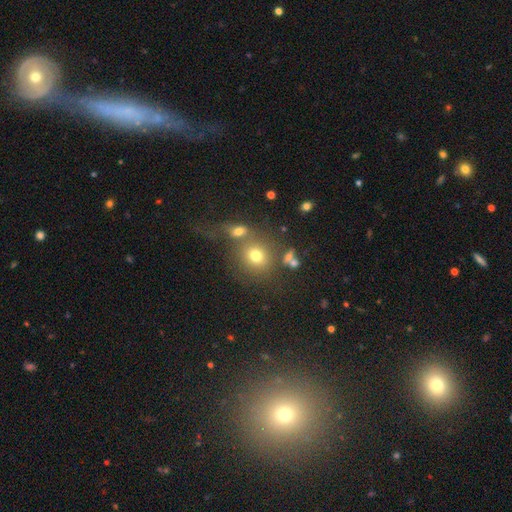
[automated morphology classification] A smooth galaxy with no disk features (71%) that is round (78%).

Vote fractions:
- Smooth or featured? smooth: 71% / star or artifact: 15% / featured or disk: 14%
- How rounded? round: 78% / in between: 21% / cigar-shaped: 1%
- Merging? none: 54% / merger: 26% / minor disturbance: 11% / major disturbance: 9%